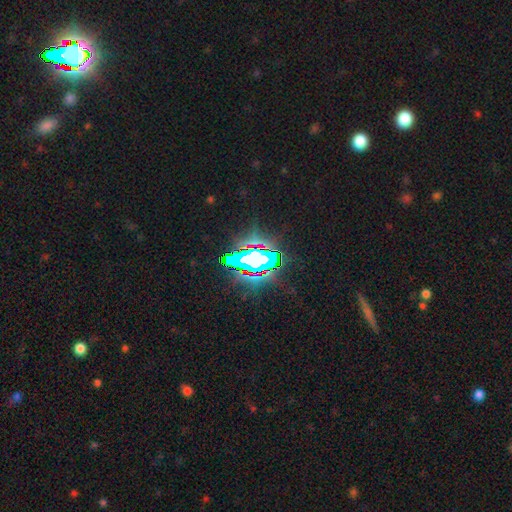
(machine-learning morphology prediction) The model was most divided on "smooth or featured": star or artifact: 79%, smooth: 11%, featured or disk: 10%.